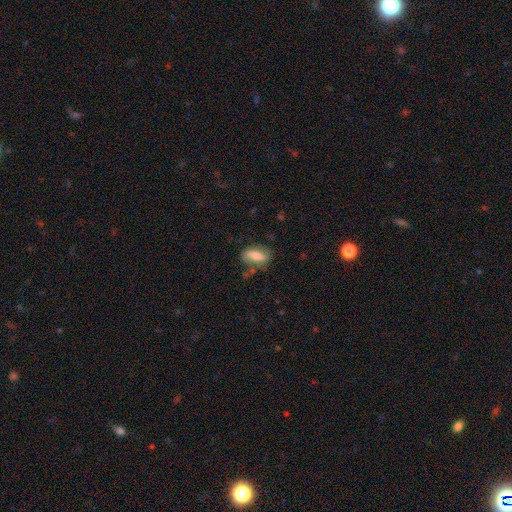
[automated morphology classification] smooth_or_featured: smooth (p=0.55) [alt: featured or disk p=0.37]
how_rounded: in between (p=0.79) [alt: cigar-shaped p=0.14]
merging: none (p=0.70) [alt: minor disturbance p=0.20]